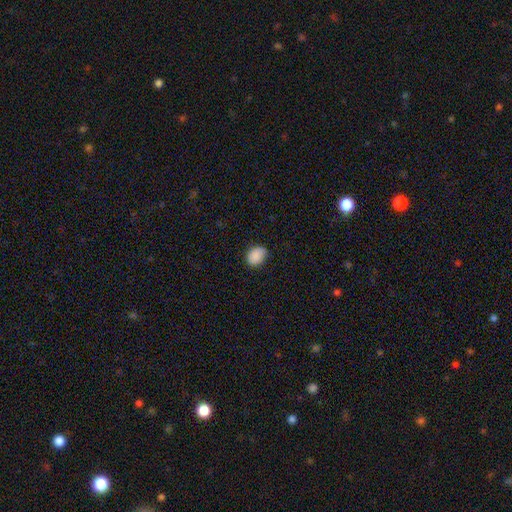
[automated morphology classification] Smooth or featured?
  - smooth: 88% *
  - star or artifact: 8%
  - featured or disk: 4%
How rounded?
  - in between: 60% *
  - round: 40%
  - cigar-shaped: 1%
Merging?
  - none: 78% *
  - minor disturbance: 18%
  - major disturbance: 3%
  - merger: 1%